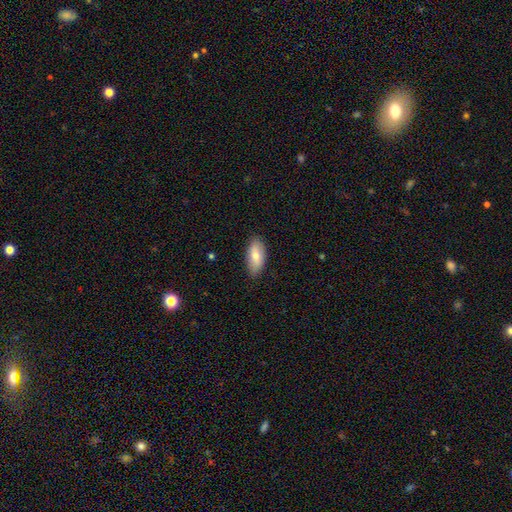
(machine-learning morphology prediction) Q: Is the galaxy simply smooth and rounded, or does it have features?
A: smooth — 74%.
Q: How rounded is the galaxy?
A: in between — 91%.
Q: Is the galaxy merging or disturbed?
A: none — 84%.